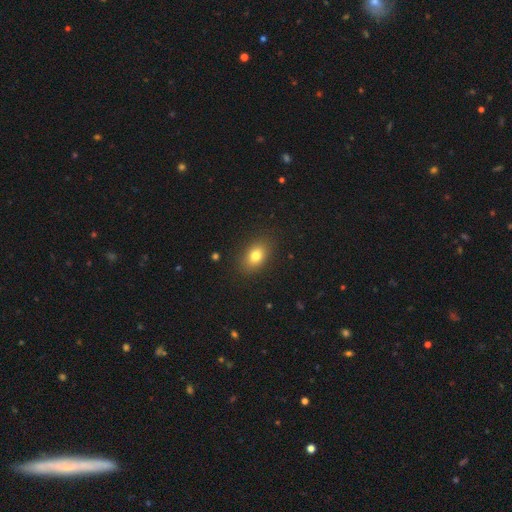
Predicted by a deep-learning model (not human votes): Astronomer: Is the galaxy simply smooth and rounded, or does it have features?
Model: smooth — 79%.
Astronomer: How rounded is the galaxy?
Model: in between — 77%.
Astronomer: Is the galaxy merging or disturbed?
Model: none — 86%.